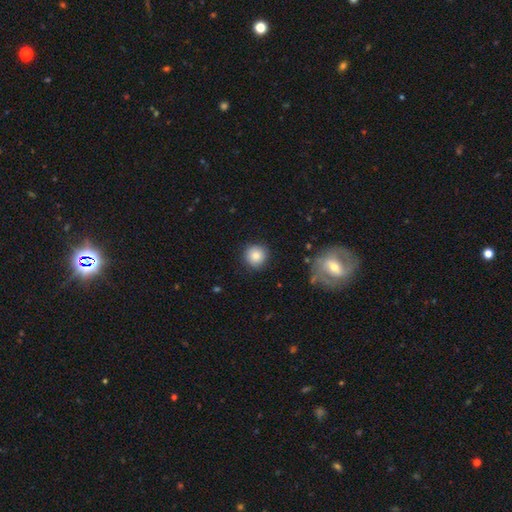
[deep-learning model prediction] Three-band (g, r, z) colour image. It shows a smooth galaxy with no disk features (83%) that is round (93%). Merging: none (87%).